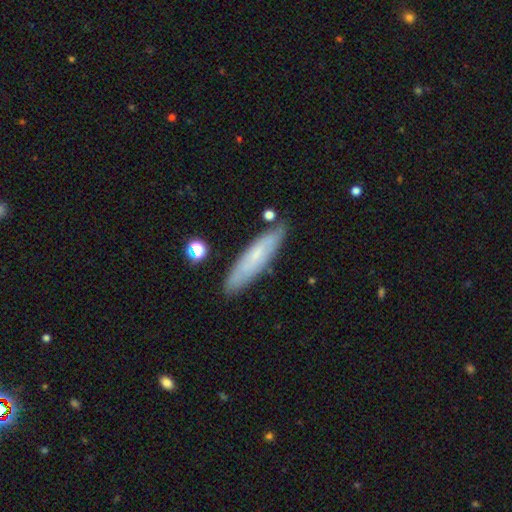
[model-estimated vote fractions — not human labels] Smooth or featured: smooth — 58% (featured or disk — 35%)
How rounded: cigar-shaped — 78% (in between — 20%)
Merging: none — 81% (minor disturbance — 13%)